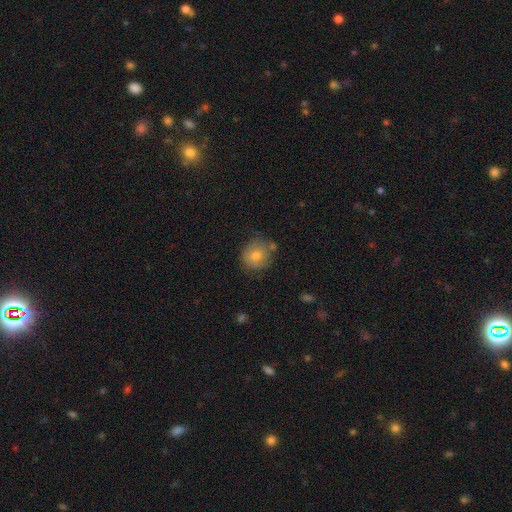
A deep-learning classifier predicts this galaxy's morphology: A smooth galaxy with no disk features (73%) that is round (88%).

Vote fractions:
- Smooth or featured? smooth: 73% / featured or disk: 18% / star or artifact: 9%
- How rounded? round: 88% / in between: 11% / cigar-shaped: 1%
- Merging? none: 70% / minor disturbance: 20% / merger: 5% / major disturbance: 5%